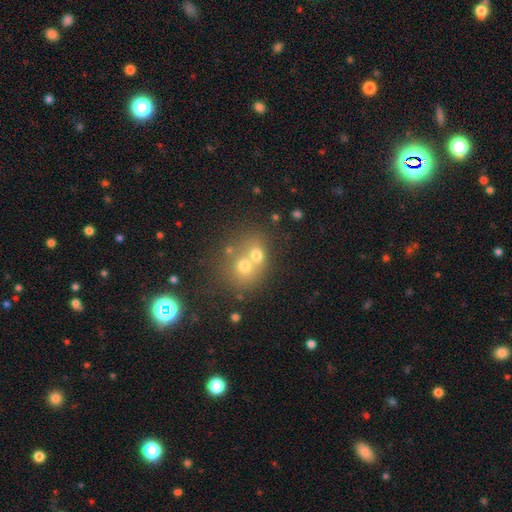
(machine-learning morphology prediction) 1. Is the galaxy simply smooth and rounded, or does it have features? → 55% smooth, 25% star or artifact, 20% featured or disk.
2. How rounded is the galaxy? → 75% round, 24% in between, 1% cigar-shaped.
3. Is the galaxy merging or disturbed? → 54% merger, 36% none, 6% minor disturbance, 3% major disturbance.